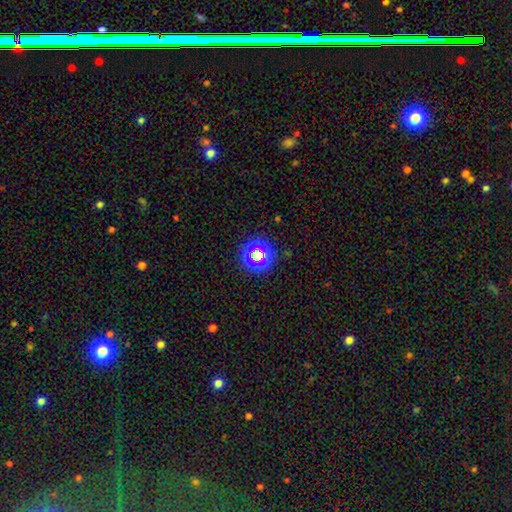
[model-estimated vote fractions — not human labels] Q: Smooth or featured?
A: star or artifact (54%); runner-up: smooth (34%)